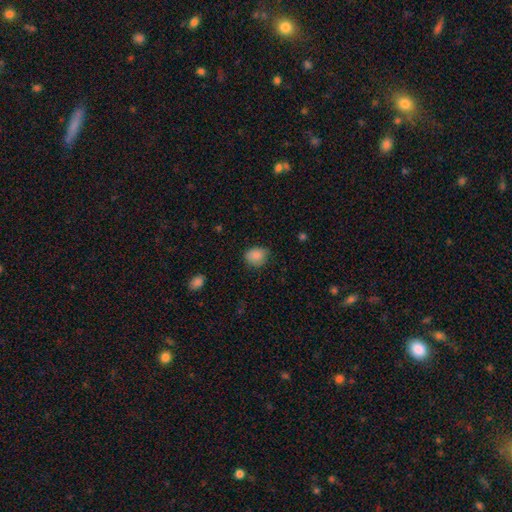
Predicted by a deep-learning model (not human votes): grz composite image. It shows a smooth galaxy with no disk features (86%) that is round (62%). Merging: none (74%).